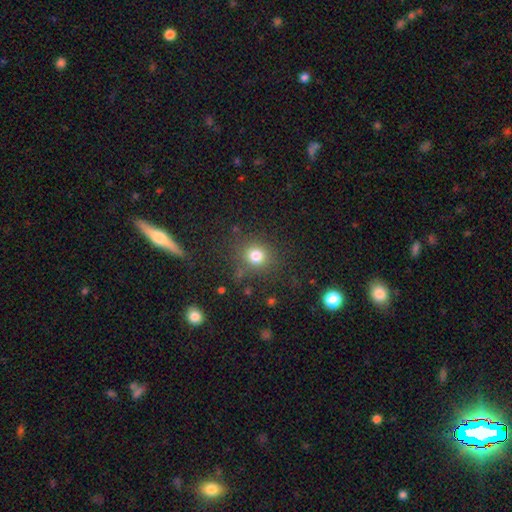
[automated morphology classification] Smooth or featured: smooth — 80% (star or artifact — 14%)
How rounded: round — 84% (in between — 15%)
Merging: none — 82% (minor disturbance — 10%)